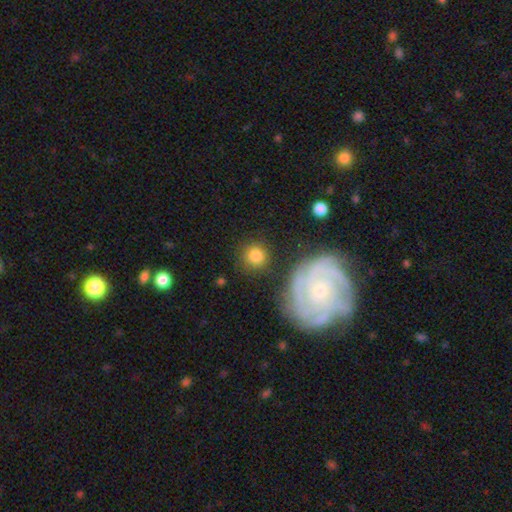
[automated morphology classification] Q: Smooth or featured?
A: smooth (77%); runner-up: featured or disk (13%)
Q: How rounded?
A: round (91%); runner-up: in between (7%)
Q: Merging?
A: none (81%); runner-up: minor disturbance (10%)